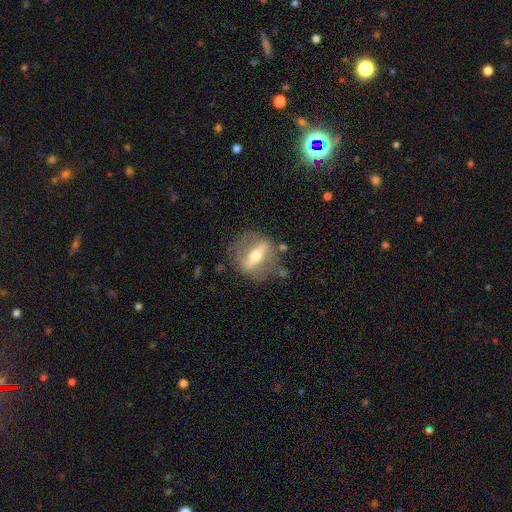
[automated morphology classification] A featured or disk galaxy (71%) viewed edge-on (52%). Merging: none (76%).